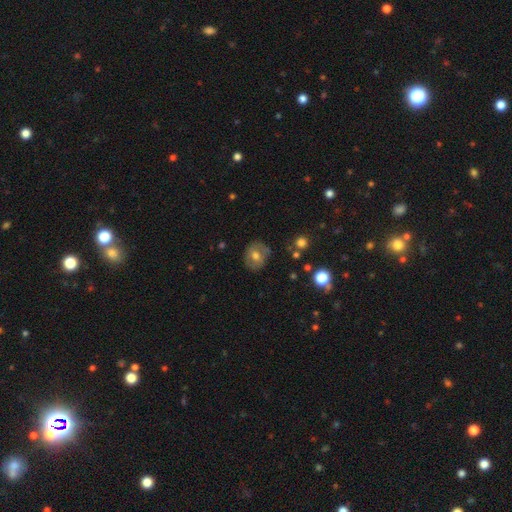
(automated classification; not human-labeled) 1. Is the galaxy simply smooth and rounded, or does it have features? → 58% smooth, 33% featured or disk, 9% star or artifact.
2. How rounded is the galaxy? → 68% round, 31% in between, 1% cigar-shaped.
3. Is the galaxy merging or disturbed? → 76% none, 16% minor disturbance, 5% major disturbance, 2% merger.